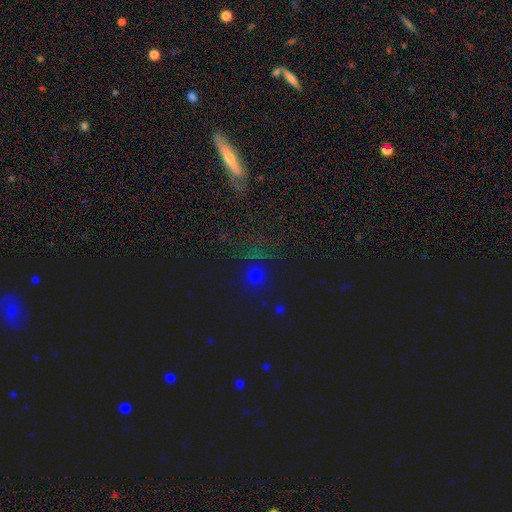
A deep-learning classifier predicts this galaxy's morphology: This is possibly a star or artifact rather than a galaxy (48%).